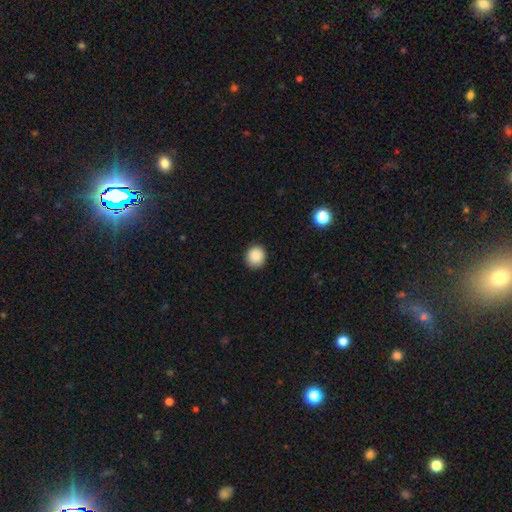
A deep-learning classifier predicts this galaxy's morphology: smooth-or-featured: smooth: 89% | star or artifact: 8% | featured or disk: 2%
  how-rounded: round: 89% | in between: 10% | cigar-shaped: 1%
  merging: none: 90% | minor disturbance: 7% | major disturbance: 2% | merger: 1%